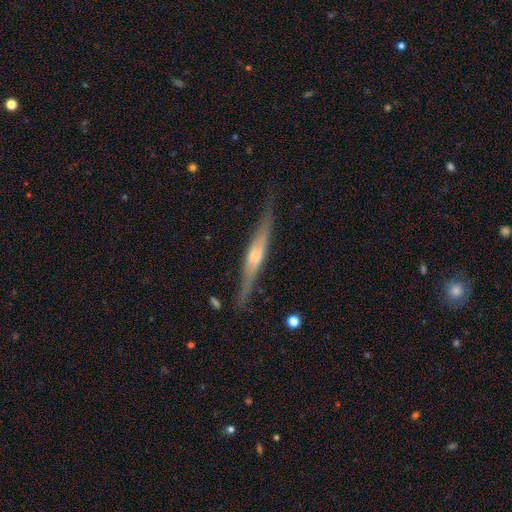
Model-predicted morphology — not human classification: A featured or disk galaxy (70%) viewed edge-on (97%) with a rounded central bulge (62%). Merging: none (82%).